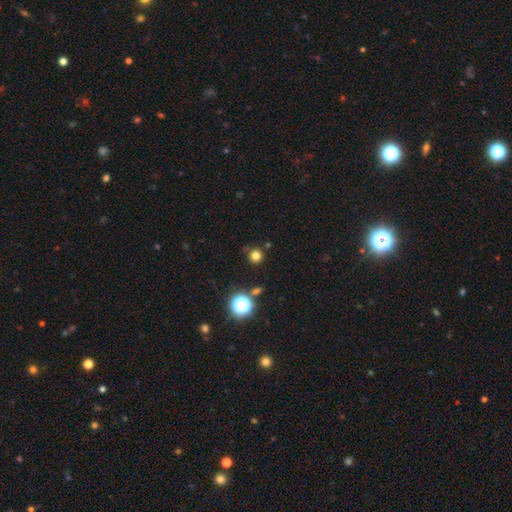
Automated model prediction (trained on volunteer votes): This appears to be a smooth galaxy with no disk features (75%) that is round (94%). Merging: none (82%).